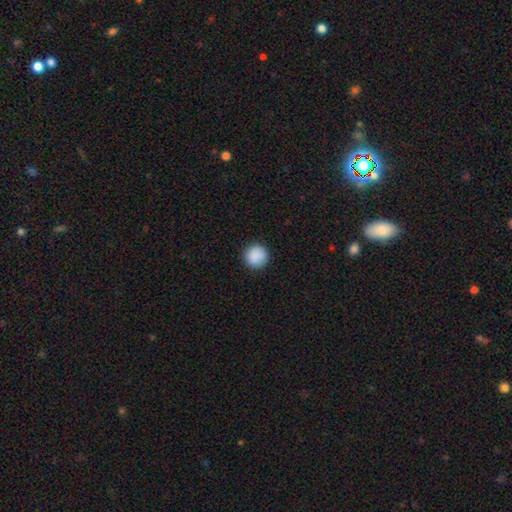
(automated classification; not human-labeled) Smooth or featured? smooth (89%)
How rounded? round (95%)
Merging? none (91%)